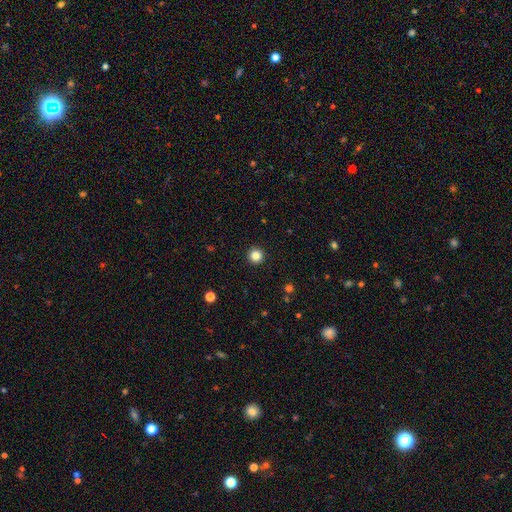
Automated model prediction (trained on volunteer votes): Overall: smooth (84%). How rounded: round (96%). Merging: none (94%).